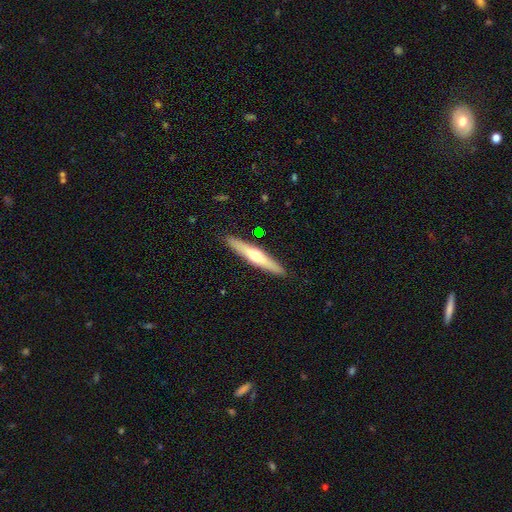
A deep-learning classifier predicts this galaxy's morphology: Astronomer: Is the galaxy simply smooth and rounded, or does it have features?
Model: featured or disk — 53% (runner-up: smooth, 41%).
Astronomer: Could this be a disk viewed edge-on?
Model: yes — 92%.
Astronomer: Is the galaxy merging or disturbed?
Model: none — 90%.